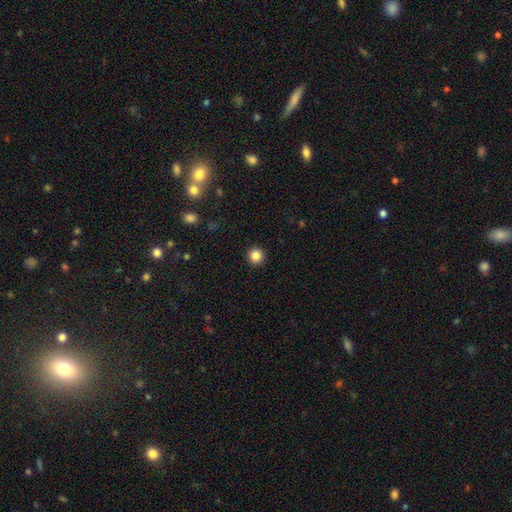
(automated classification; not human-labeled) smooth_or_featured: smooth (p=0.85) [alt: star or artifact p=0.11]
how_rounded: round (p=0.95) [alt: in between p=0.04]
merging: none (p=0.93) [alt: minor disturbance p=0.05]